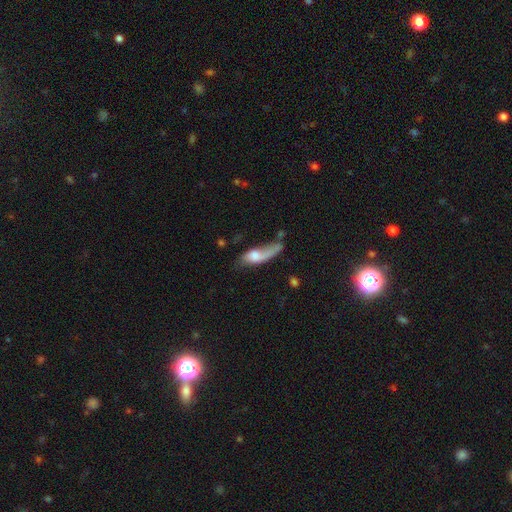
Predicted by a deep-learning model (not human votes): smooth-or-featured: smooth: 54% | featured or disk: 39% | star or artifact: 7%
  how-rounded: in between: 55% | cigar-shaped: 40% | round: 5%
  merging: major disturbance: 34% | none: 26% | minor disturbance: 24% | merger: 15%